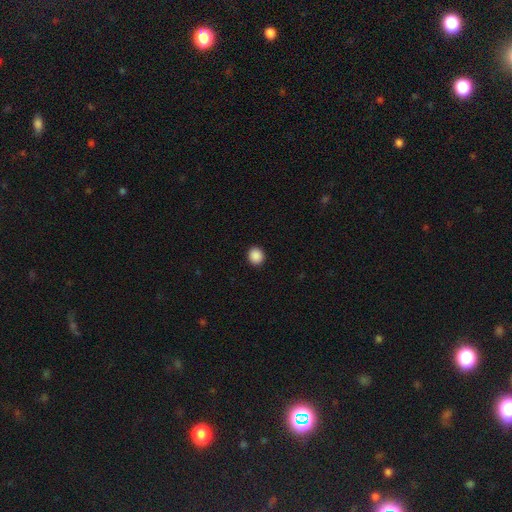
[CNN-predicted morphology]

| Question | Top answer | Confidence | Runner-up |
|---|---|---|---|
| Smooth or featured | smooth | 89% | star or artifact (9%) |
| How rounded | round | 79% | in between (20%) |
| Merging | none | 92% | minor disturbance (5%) |